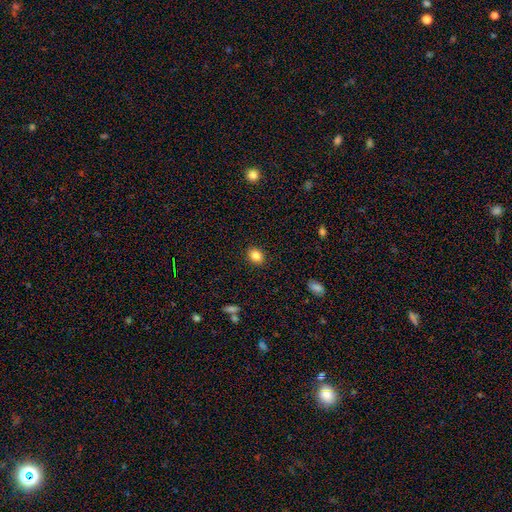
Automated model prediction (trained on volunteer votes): Smooth or featured? smooth (85%)
How rounded? in between (52%)
Merging? none (89%)